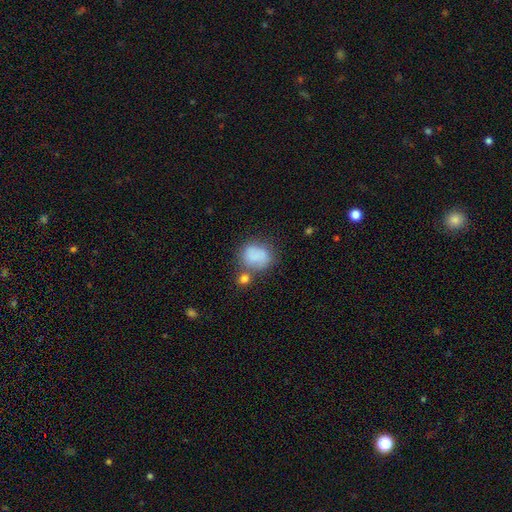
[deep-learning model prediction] Smooth or featured?
  - smooth: 79% *
  - featured or disk: 11%
  - star or artifact: 10%
How rounded?
  - round: 57% *
  - in between: 42%
  - cigar-shaped: 1%
Merging?
  - none: 49% *
  - minor disturbance: 21%
  - merger: 19%
  - major disturbance: 11%